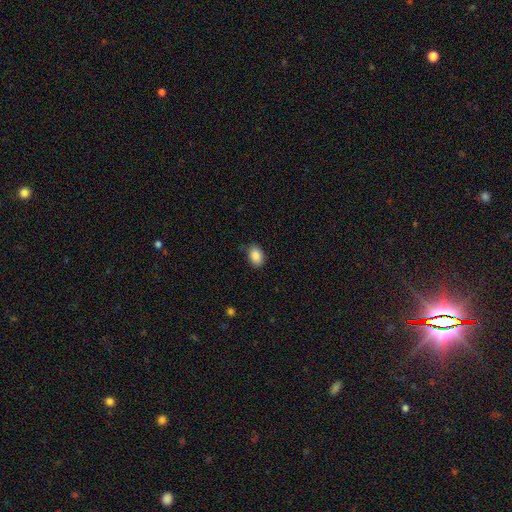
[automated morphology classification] smooth-or-featured: smooth: 88% | star or artifact: 8% | featured or disk: 4%
  how-rounded: in between: 80% | round: 19% | cigar-shaped: 1%
  merging: none: 79% | minor disturbance: 17% | major disturbance: 3% | merger: 1%